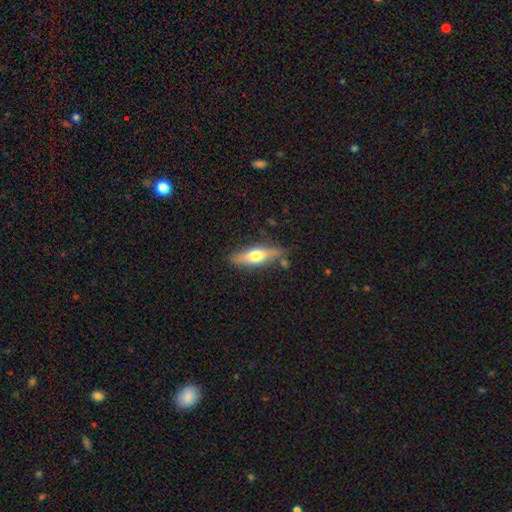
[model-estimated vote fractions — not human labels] A smooth galaxy with no disk features (53%) that is cigar-shaped (57%). Merging: none (76%).